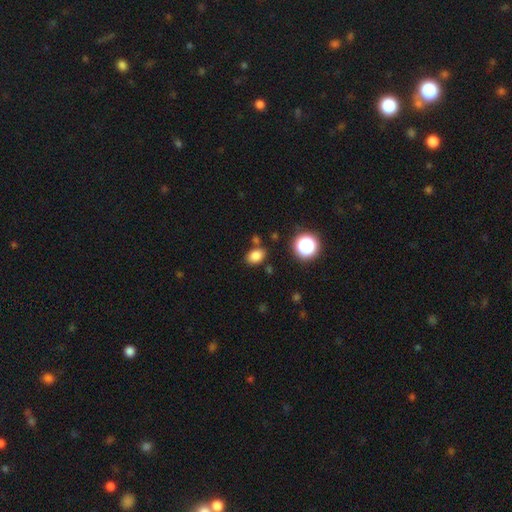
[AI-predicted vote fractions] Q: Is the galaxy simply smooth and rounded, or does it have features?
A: smooth — 82%.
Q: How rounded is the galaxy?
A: in between — 72%.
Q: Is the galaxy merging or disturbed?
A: none — 78%.